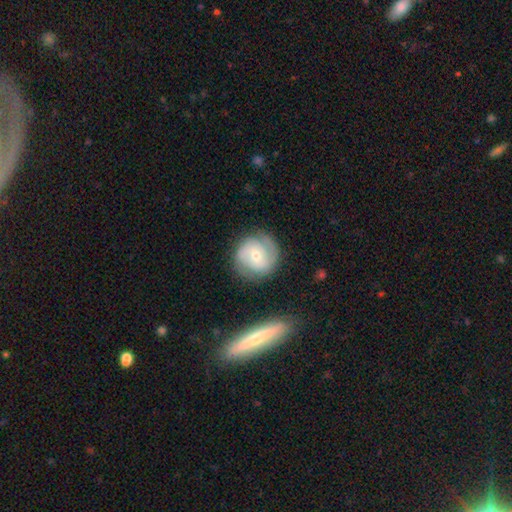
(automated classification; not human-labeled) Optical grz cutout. It shows a featured or disk galaxy (65%) with no bar (50%), 2 (66%) tight (51%) spiral arms (88%) and a moderate central bulge (49%). Merging: none (76%).